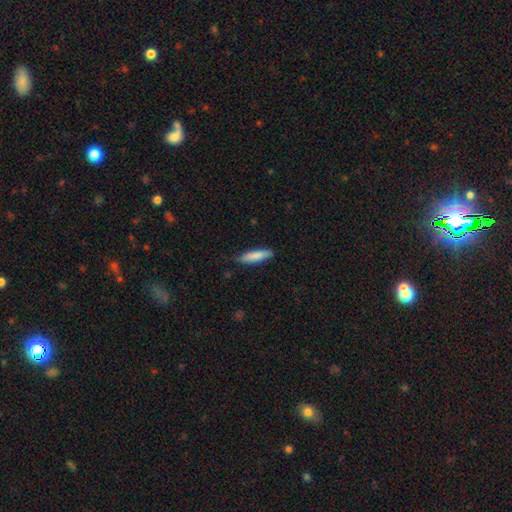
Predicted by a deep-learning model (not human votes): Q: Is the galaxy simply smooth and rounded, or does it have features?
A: smooth — 83%.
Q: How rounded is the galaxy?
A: cigar-shaped — 71%.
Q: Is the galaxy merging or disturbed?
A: none — 81%.